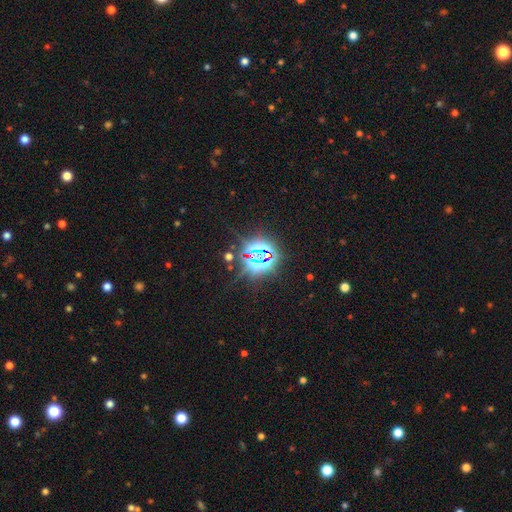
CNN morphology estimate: Overall: star or artifact (82%).